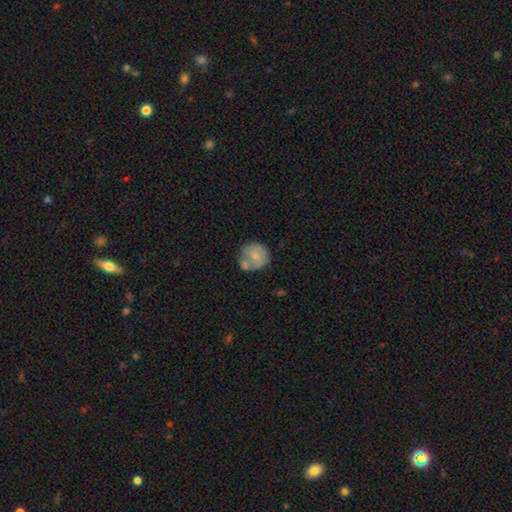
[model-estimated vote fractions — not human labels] A smooth galaxy with no disk features (59%) that is round (85%). Merging: none (45%).